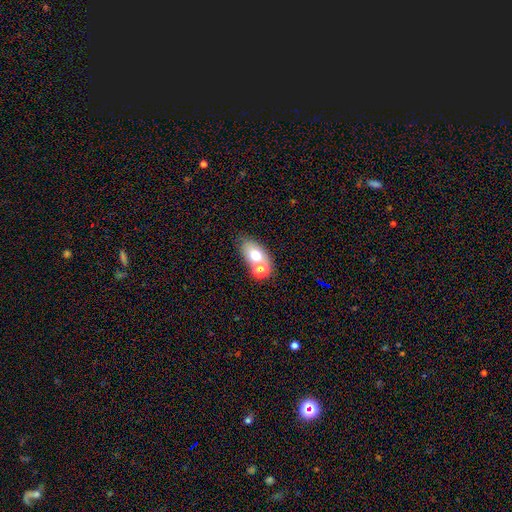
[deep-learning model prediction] A smooth galaxy with no disk features (65%) that is in between round and cigar-shaped (81%). Merging: none (45%).